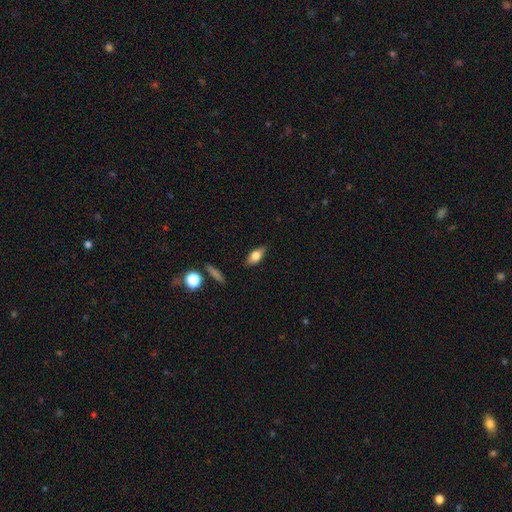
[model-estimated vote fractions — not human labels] This appears to be a smooth galaxy with no disk features (68%) that is in between round and cigar-shaped (79%). Merging: none (83%).